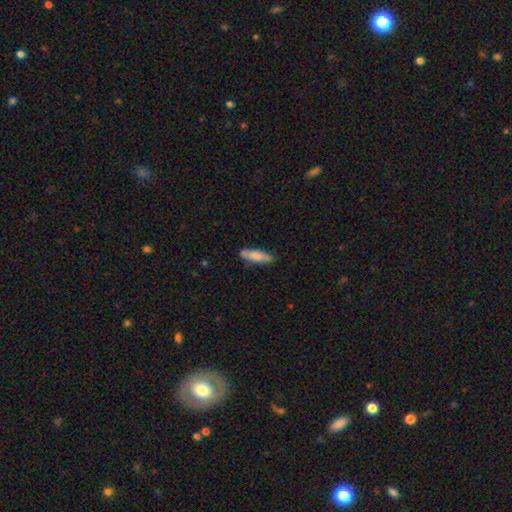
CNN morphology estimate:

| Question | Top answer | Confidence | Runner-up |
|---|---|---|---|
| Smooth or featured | smooth | 78% | featured or disk (16%) |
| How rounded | cigar-shaped | 54% | in between (45%) |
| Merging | none | 79% | minor disturbance (17%) |